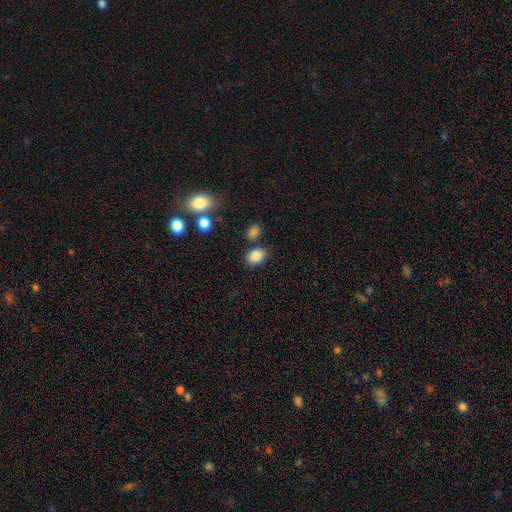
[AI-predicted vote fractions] This appears to be a smooth galaxy with no disk features (85%) that is in between round and cigar-shaped (70%). Merging: none (74%).